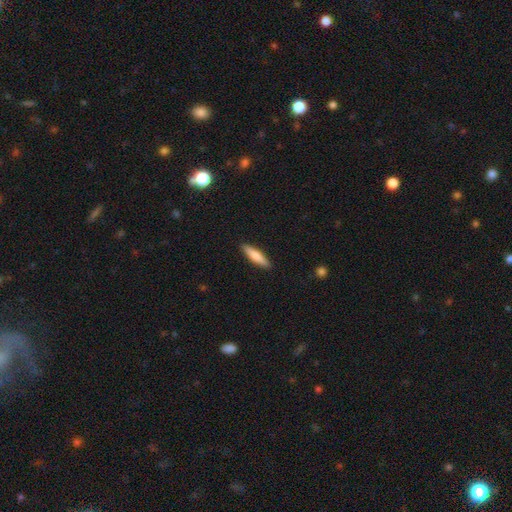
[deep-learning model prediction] Morphology: type=smooth (74%); roundness=cigar-shaped (77%); merging=none (90%).